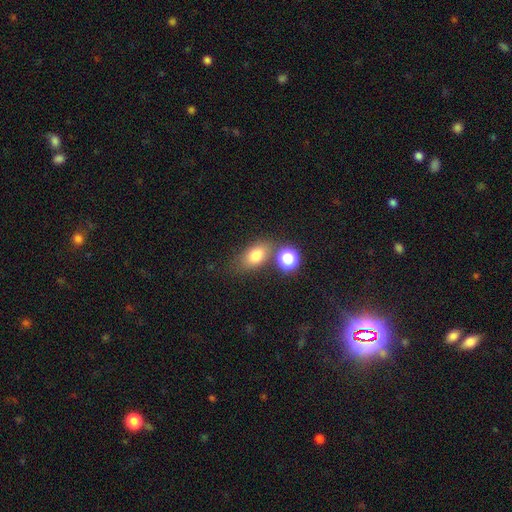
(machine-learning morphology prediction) This is likely a smooth galaxy (77%). How rounded: likely in between (76%). Merging: likely none (64%).